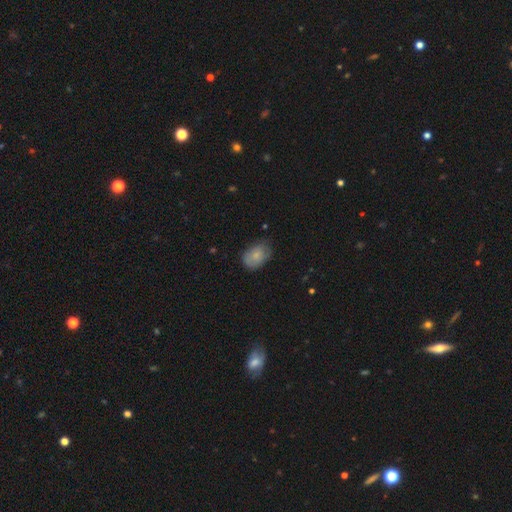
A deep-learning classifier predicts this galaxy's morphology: Q: Smooth or featured?
A: smooth (77%); runner-up: featured or disk (16%)
Q: How rounded?
A: in between (82%); runner-up: round (17%)
Q: Merging?
A: none (61%); runner-up: minor disturbance (30%)